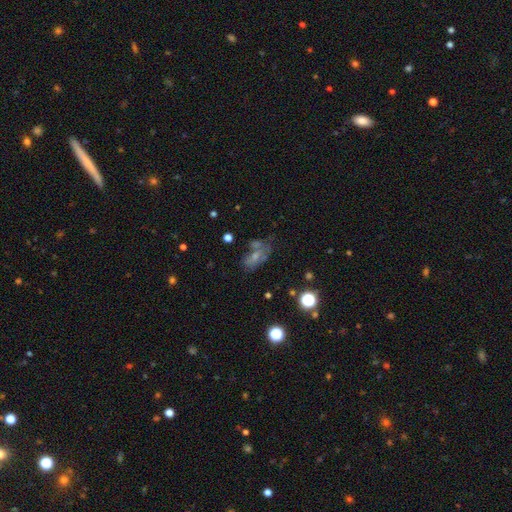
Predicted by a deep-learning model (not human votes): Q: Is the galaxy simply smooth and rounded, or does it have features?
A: smooth — 44%.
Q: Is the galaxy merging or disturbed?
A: none — 43%.